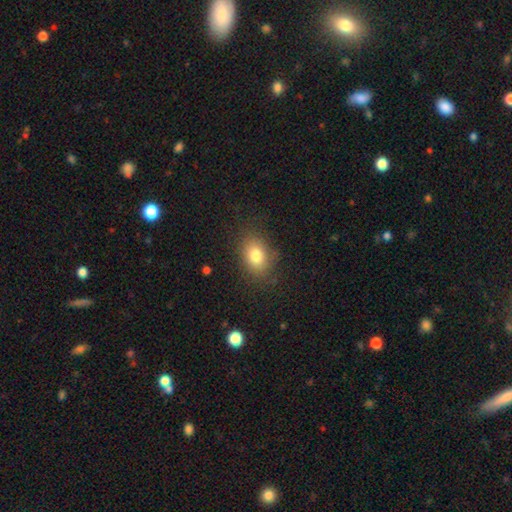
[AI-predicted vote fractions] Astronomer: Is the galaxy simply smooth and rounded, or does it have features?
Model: smooth — 80%.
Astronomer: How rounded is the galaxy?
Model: in between — 72%.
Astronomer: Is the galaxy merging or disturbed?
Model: none — 80%.